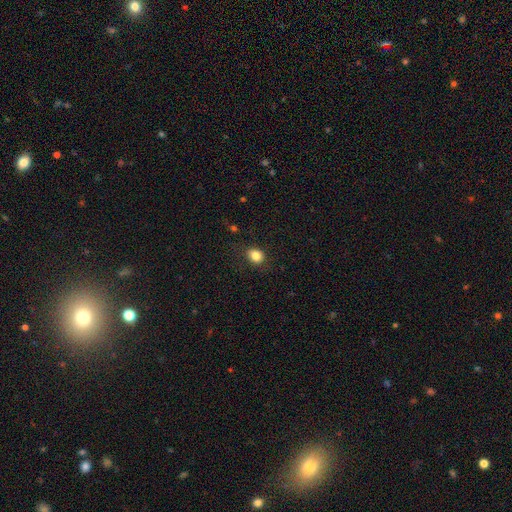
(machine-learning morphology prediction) smooth 84%, star or artifact 10%, featured or disk 6%. Down the decision tree: how rounded — in between (52%); merging — none (83%).